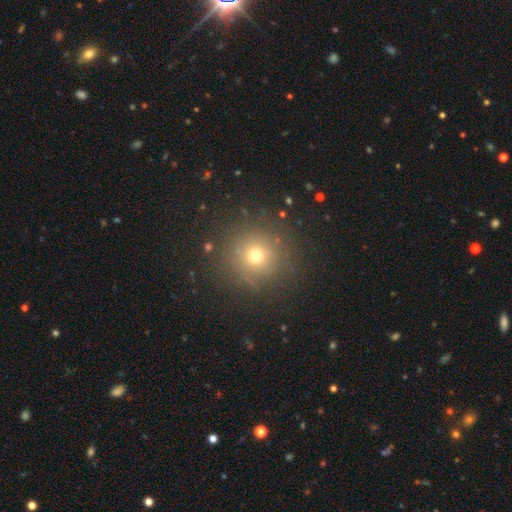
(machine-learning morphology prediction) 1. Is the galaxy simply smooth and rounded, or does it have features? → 65% smooth, 23% star or artifact, 12% featured or disk.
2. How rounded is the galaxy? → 94% round, 5% in between, 1% cigar-shaped.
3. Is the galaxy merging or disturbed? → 85% none, 9% minor disturbance, 4% major disturbance, 2% merger.